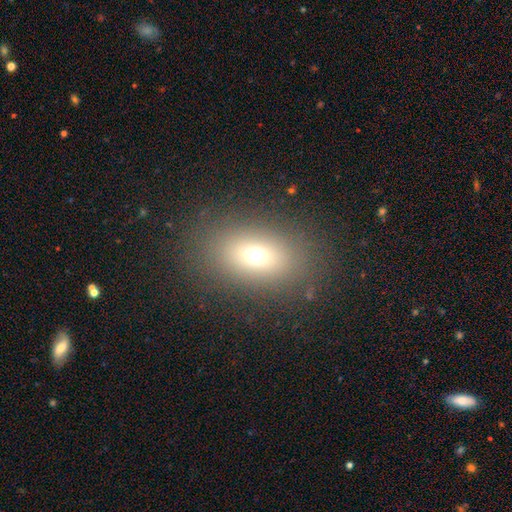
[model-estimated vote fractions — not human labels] smooth_or_featured: smooth (p=0.68) [alt: featured or disk p=0.16]
how_rounded: in between (p=0.80) [alt: round p=0.16]
merging: none (p=0.86) [alt: minor disturbance p=0.08]